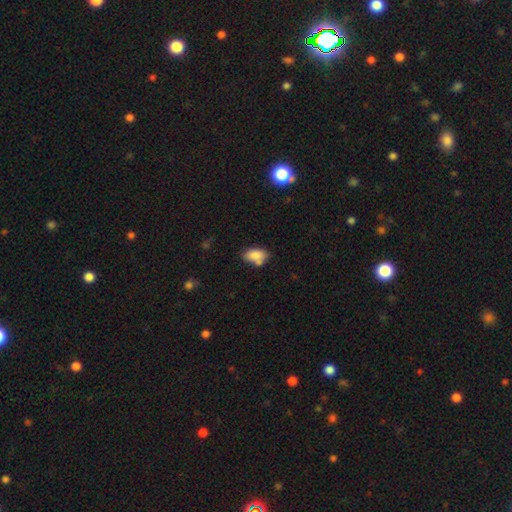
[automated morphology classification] smooth_or_featured: smooth (p=0.82) [alt: featured or disk p=0.10]
how_rounded: in between (p=0.90) [alt: round p=0.08]
merging: none (p=0.57) [alt: minor disturbance p=0.21]